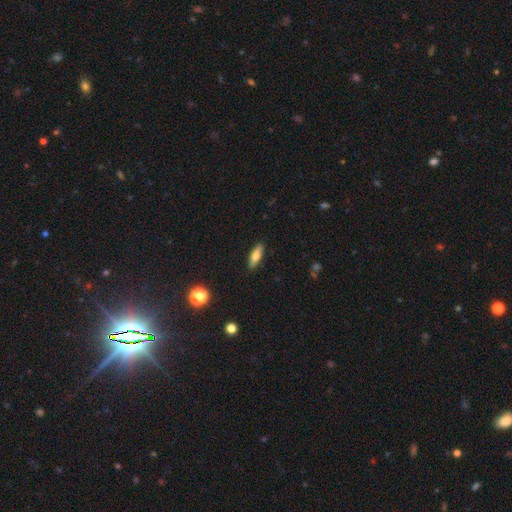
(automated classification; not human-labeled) smooth_or_featured: smooth (p=0.70) [alt: featured or disk p=0.23]
how_rounded: in between (p=0.51) [alt: cigar-shaped p=0.46]
merging: none (p=0.90) [alt: minor disturbance p=0.08]